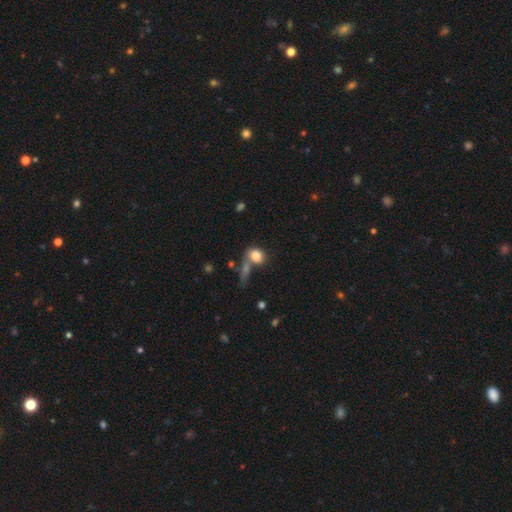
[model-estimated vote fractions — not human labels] A smooth galaxy with no disk features (82%) that is in between round and cigar-shaped (53%).

Vote fractions:
- Smooth or featured? smooth: 82% / star or artifact: 9% / featured or disk: 9%
- How rounded? in between: 53% / round: 44% / cigar-shaped: 2%
- Merging? none: 40% / merger: 34% / minor disturbance: 15% / major disturbance: 11%